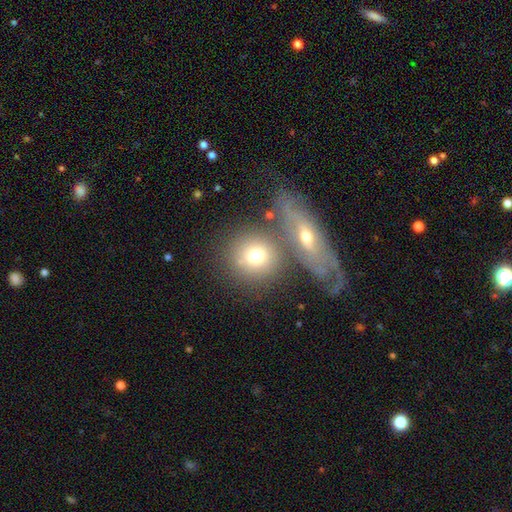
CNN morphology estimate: type=smooth (71%); roundness=round (79%); merging=none (54%).